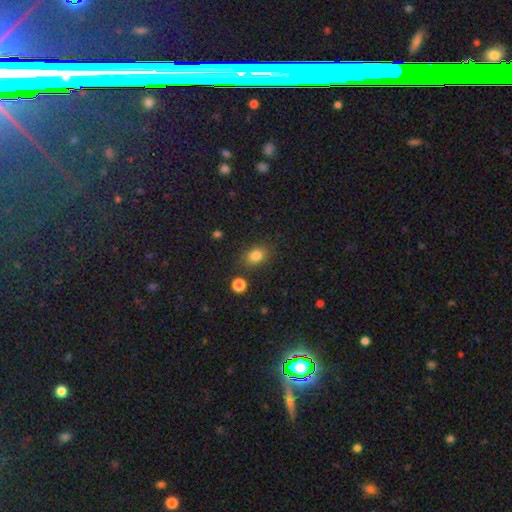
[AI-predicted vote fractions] A smooth galaxy with no disk features (82%) that is in between round and cigar-shaped (64%). Merging: none (81%).